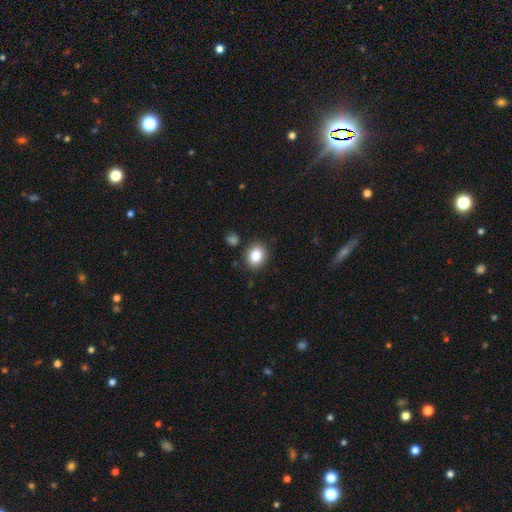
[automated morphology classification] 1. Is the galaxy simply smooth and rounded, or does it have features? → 85% smooth, 9% star or artifact, 6% featured or disk.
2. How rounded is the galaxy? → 52% round, 47% in between, 1% cigar-shaped.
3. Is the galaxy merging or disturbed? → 84% none, 10% minor disturbance, 3% merger, 3% major disturbance.